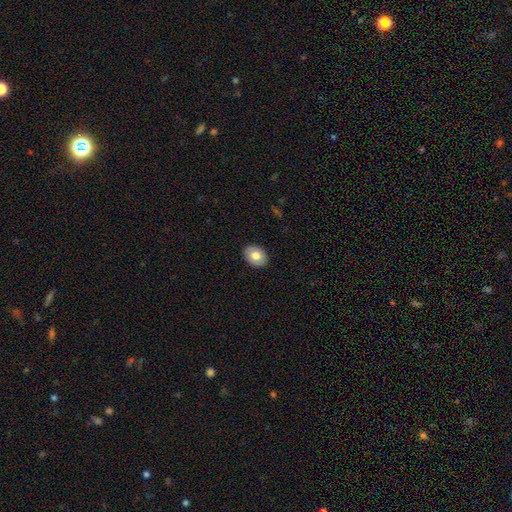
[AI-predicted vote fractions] A smooth galaxy with no disk features (76%) that is in between round and cigar-shaped (72%). Merging: none (90%).